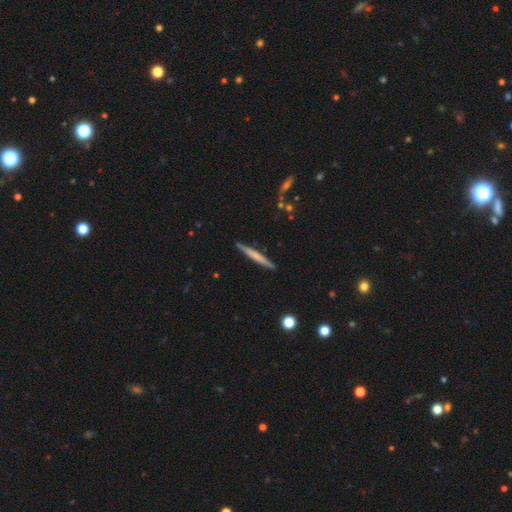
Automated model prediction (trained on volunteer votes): The model was most divided on "smooth or featured": smooth: 55%, featured or disk: 40%, star or artifact: 5%. More confident: how rounded — cigar-shaped (96%); merging — none (90%).